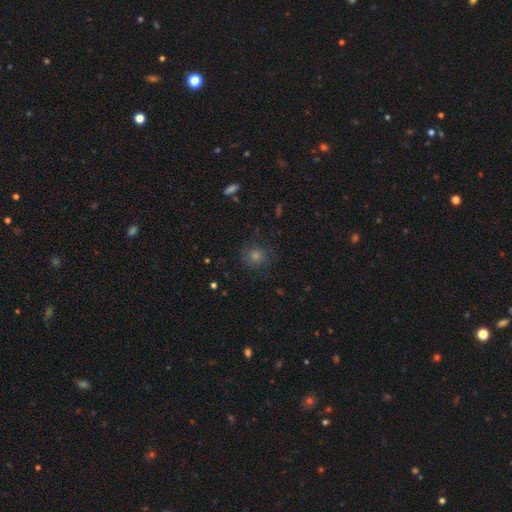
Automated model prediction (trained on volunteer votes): smooth 58%, star or artifact 28%, featured or disk 14%. Down the decision tree: how rounded — round (87%); merging — none (83%).